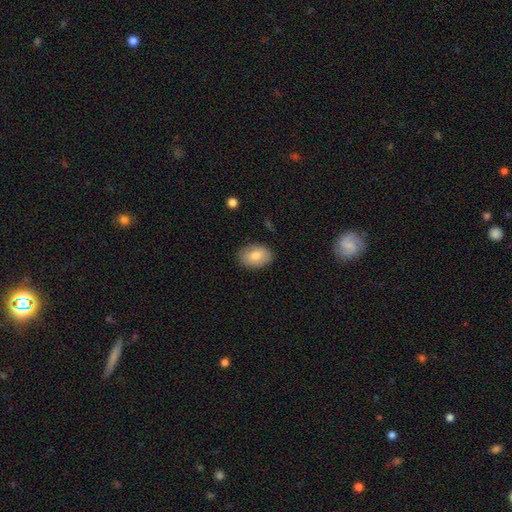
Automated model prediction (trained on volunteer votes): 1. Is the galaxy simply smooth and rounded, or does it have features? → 79% smooth, 14% featured or disk, 7% star or artifact.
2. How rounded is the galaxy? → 84% in between, 15% round, 1% cigar-shaped.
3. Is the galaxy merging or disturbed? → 86% none, 10% minor disturbance, 2% major disturbance, 1% merger.